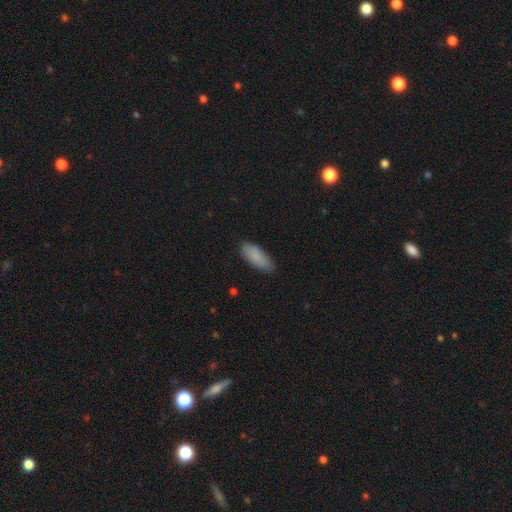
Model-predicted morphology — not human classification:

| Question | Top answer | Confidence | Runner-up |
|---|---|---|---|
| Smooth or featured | smooth | 87% | featured or disk (7%) |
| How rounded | in between | 75% | cigar-shaped (24%) |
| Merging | none | 82% | minor disturbance (14%) |